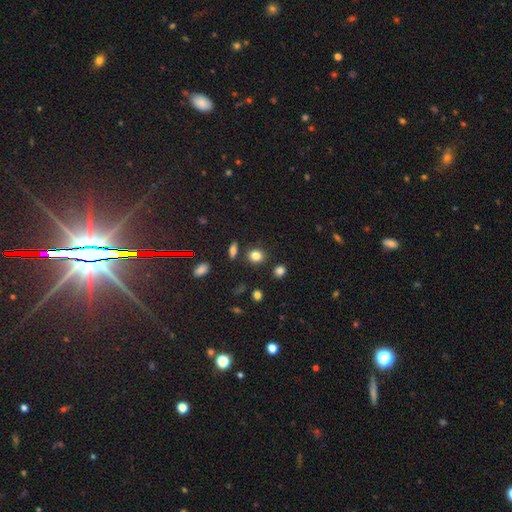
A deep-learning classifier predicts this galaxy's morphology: A smooth galaxy with no disk features (83%) that is round (72%).

Vote fractions:
- Smooth or featured? smooth: 83% / star or artifact: 11% / featured or disk: 6%
- How rounded? round: 72% / in between: 26% / cigar-shaped: 1%
- Merging? none: 84% / minor disturbance: 8% / merger: 5% / major disturbance: 3%